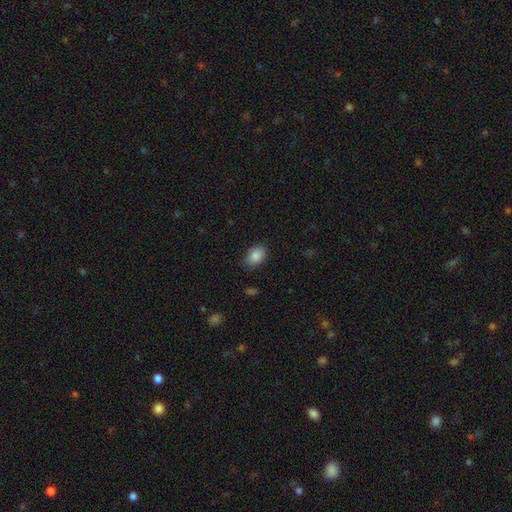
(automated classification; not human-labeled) Smooth or featured?
  - smooth: 88% *
  - star or artifact: 8%
  - featured or disk: 5%
How rounded?
  - in between: 85% *
  - round: 14%
  - cigar-shaped: 1%
Merging?
  - none: 83% *
  - minor disturbance: 13%
  - major disturbance: 3%
  - merger: 1%